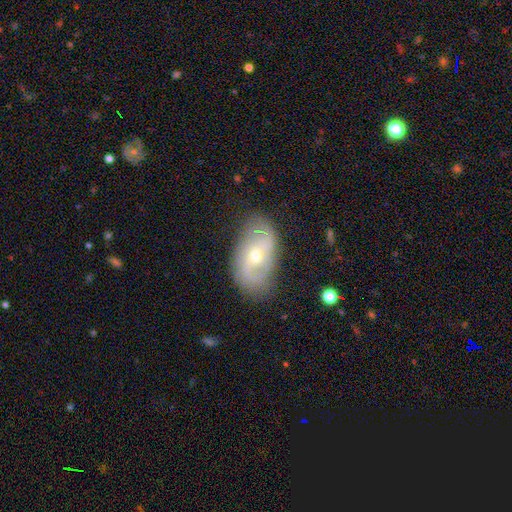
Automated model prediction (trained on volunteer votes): Smooth or featured? featured or disk (74%)
Edge-on disk? no (94%)
Bar? no (46%)
Spiral arms? yes (84%)
Spiral winding? medium (41%)
Spiral arm count? 2 (69%)
Bulge size? small (48%, tied with moderate)
Merging? none (74%)